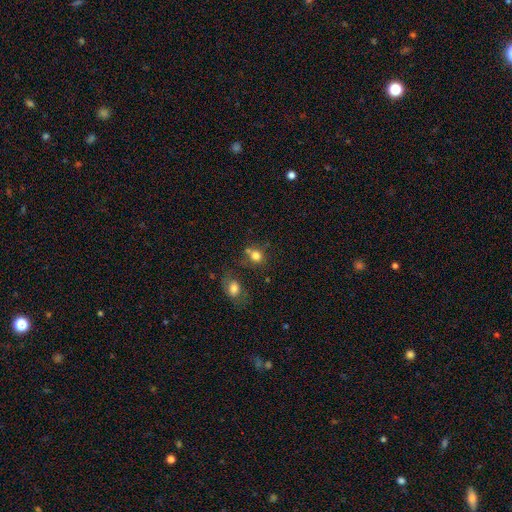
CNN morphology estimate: type=smooth (77%); roundness=round (74%); merging=none (56%).